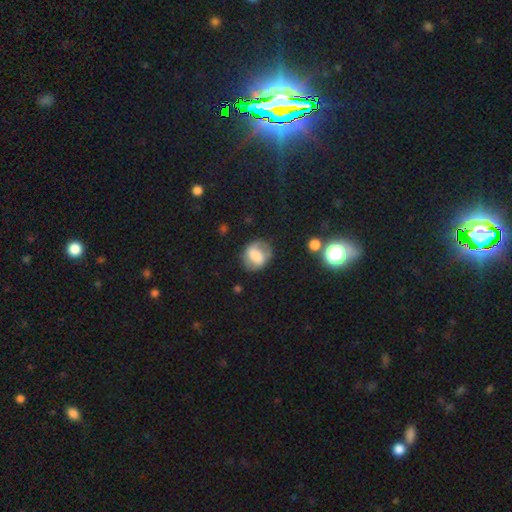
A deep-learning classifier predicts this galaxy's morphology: Smooth or featured: smooth — 50% (featured or disk — 41%)
How rounded: round — 62% (in between — 36%)
Merging: none — 70% (minor disturbance — 19%)